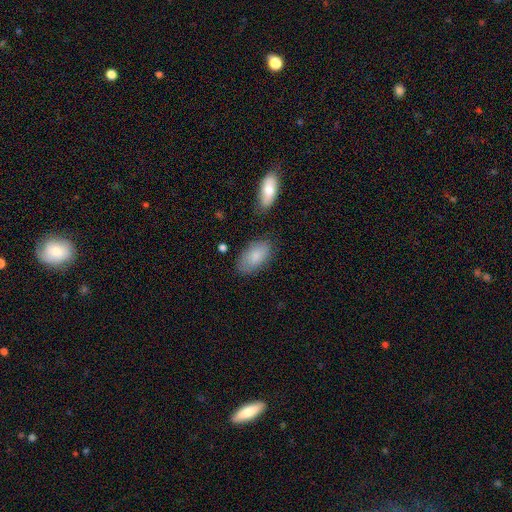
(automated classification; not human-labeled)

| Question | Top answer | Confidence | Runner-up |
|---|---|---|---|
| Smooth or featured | smooth | 84% | featured or disk (10%) |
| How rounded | in between | 94% | round (3%) |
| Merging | none | 76% | minor disturbance (16%) |